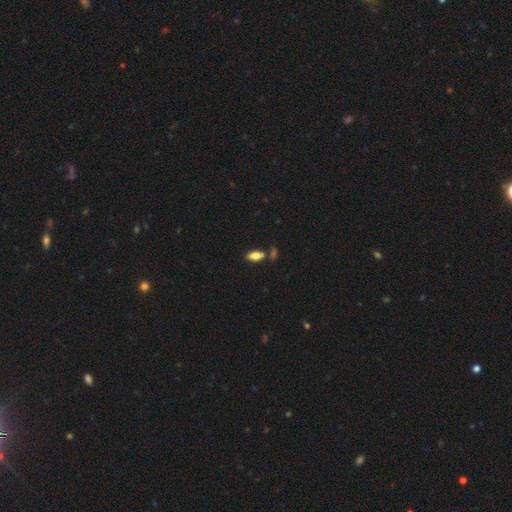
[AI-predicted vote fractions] smooth 81%, featured or disk 11%, star or artifact 8%. Down the decision tree: how rounded — in between (90%); merging — none (71%).